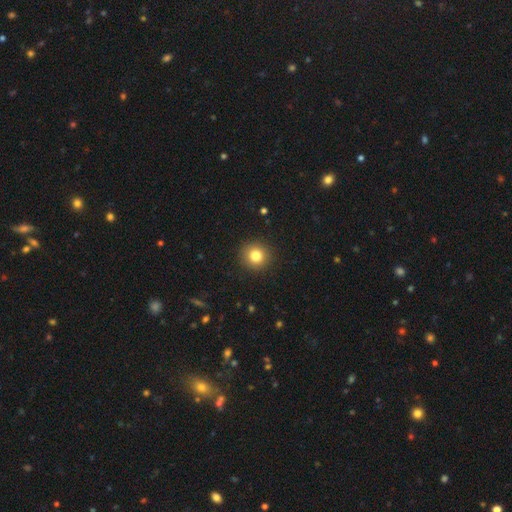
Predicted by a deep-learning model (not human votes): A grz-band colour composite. It shows a smooth galaxy with no disk features (81%) that is round (93%). Merging: none (92%).